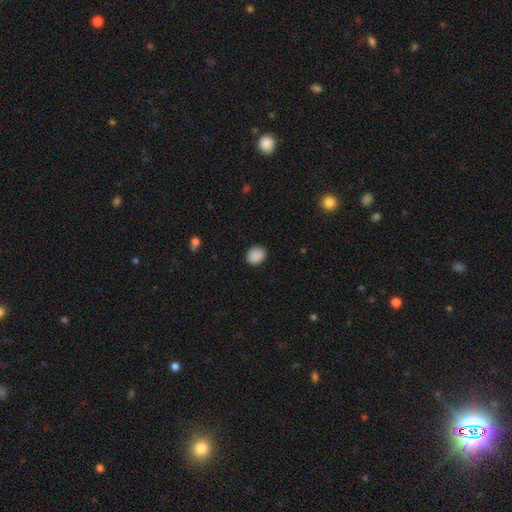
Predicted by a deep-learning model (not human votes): Smooth or featured? Predicted: smooth (p=0.89). How rounded? Predicted: round (p=0.59). Merging? Predicted: none (p=0.88).